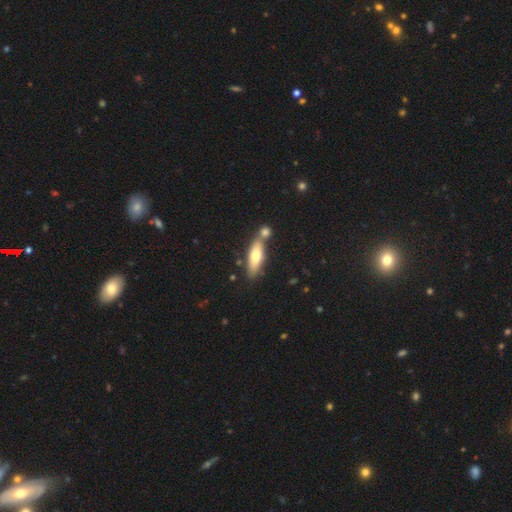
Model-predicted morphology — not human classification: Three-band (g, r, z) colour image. It shows a smooth galaxy with no disk features (65%) that is in between round and cigar-shaped (50%). Merging: none (58%).